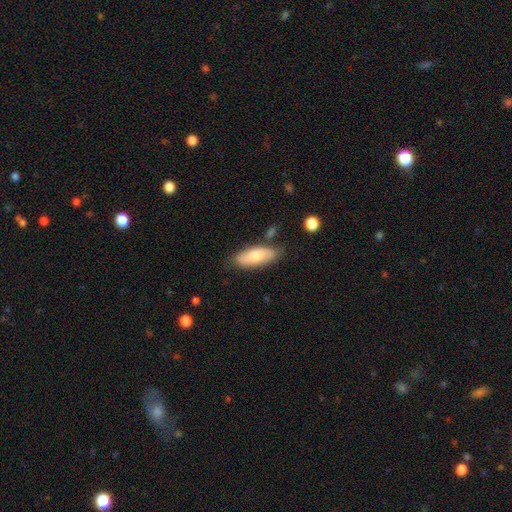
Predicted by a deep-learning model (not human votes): The model was most divided on "smooth or featured": smooth: 74%, featured or disk: 20%, star or artifact: 6%. More confident: how rounded — in between (80%); merging — none (74%).